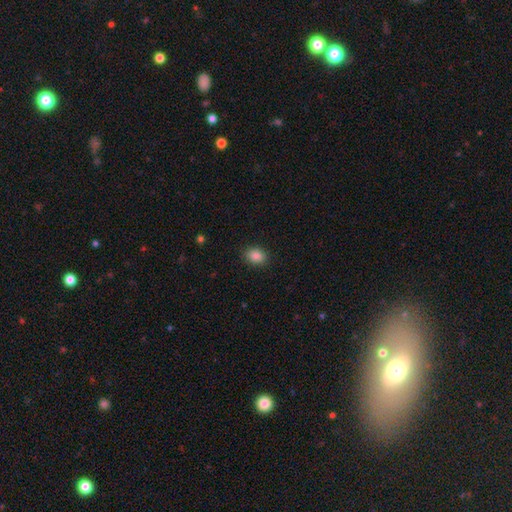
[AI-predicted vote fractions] Morphology: type=smooth (87%); roundness=in between (66%); merging=none (88%).